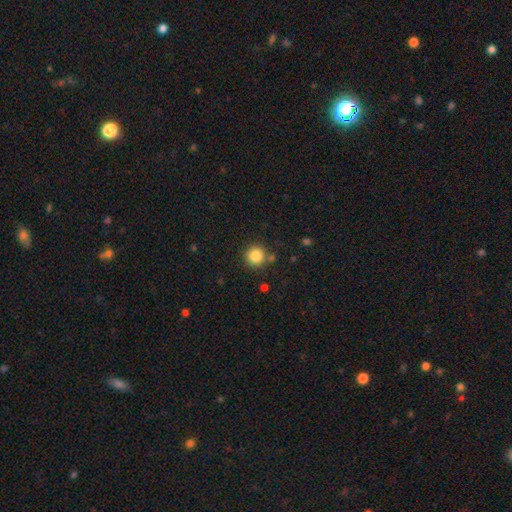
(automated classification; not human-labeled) Overall: smooth (85%). How rounded: round (95%). Merging: none (85%).